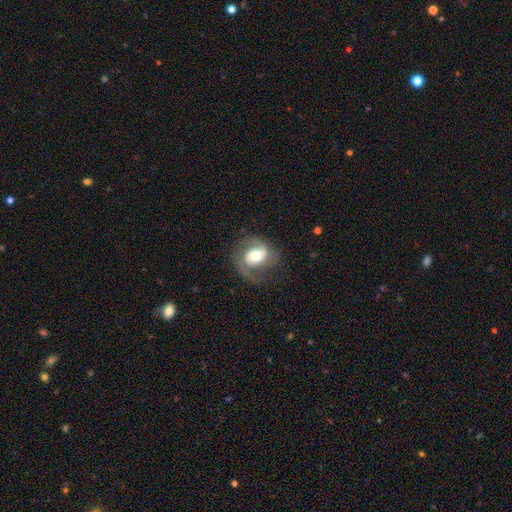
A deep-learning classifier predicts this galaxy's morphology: smooth-or-featured: featured or disk: 74% | smooth: 19% | star or artifact: 6%
  disk-edge-on: no: 97% | yes: 3%
    bar: no: 48% | weak: 36% | strong: 16%
    has-spiral-arms: yes: 91% | no: 9%
      spiral-winding: medium: 47% | tight: 29% | loose: 24%
      spiral-arm-count: 2: 70% | 1: 20% | can't tell: 6% | 3: 2% | 4: 1% | more than 4: 1%
    bulge-size: moderate: 65% | large: 21% | small: 10% | dominant: 2% | none: 1%
  merging: none: 64% | minor disturbance: 20% | major disturbance: 15% | merger: 1%